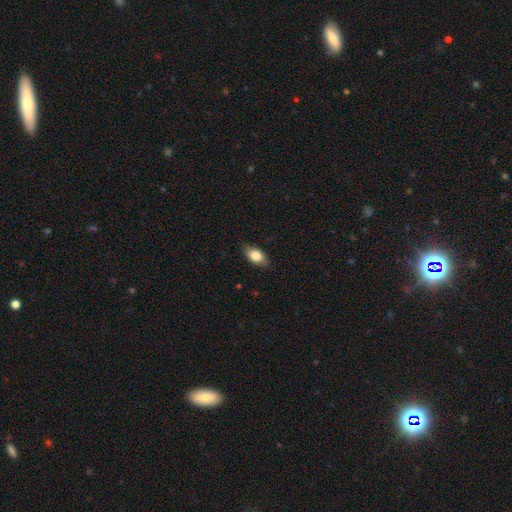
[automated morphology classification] smooth_or_featured: smooth (p=0.81) [alt: featured or disk p=0.12]
how_rounded: in between (p=0.88) [alt: round p=0.08]
merging: none (p=0.81) [alt: minor disturbance p=0.15]